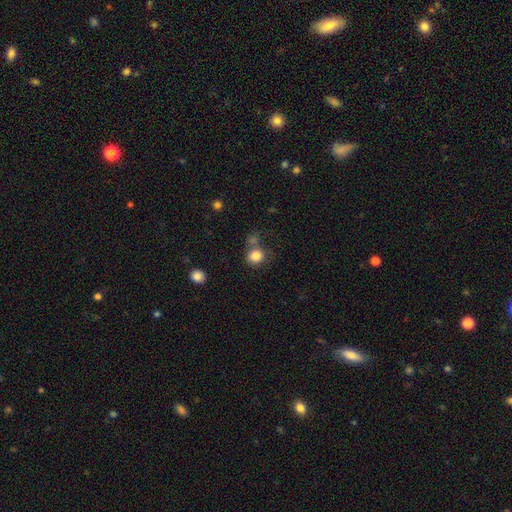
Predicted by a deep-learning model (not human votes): Smooth or featured?
  - smooth: 84% *
  - star or artifact: 10%
  - featured or disk: 6%
How rounded?
  - round: 76% *
  - in between: 23%
  - cigar-shaped: 1%
Merging?
  - none: 60% *
  - merger: 21%
  - minor disturbance: 13%
  - major disturbance: 5%